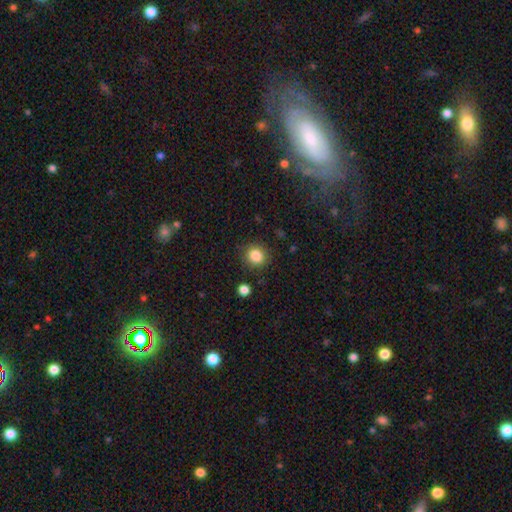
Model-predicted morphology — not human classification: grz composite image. It shows a smooth galaxy with no disk features (85%) that is round (87%). Merging: none (87%).